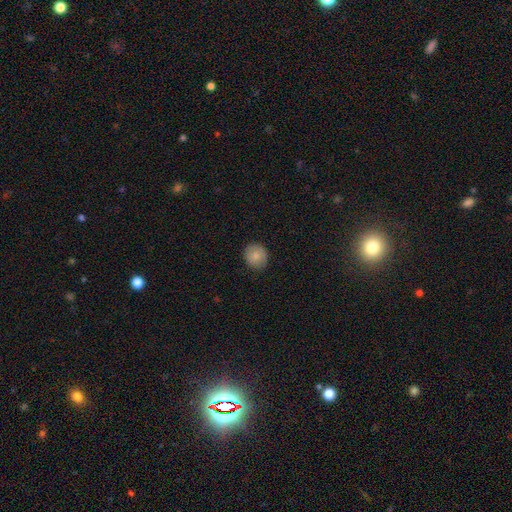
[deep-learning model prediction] This is clearly a smooth galaxy (81%). How rounded: clearly round (82%). Merging: clearly none (88%).